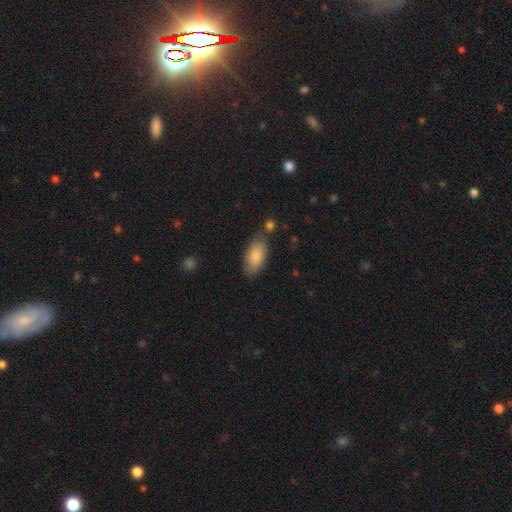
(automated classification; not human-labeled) Smooth or featured? Predicted: smooth (p=0.83). How rounded? Predicted: in between (p=0.91). Merging? Predicted: none (p=0.68).